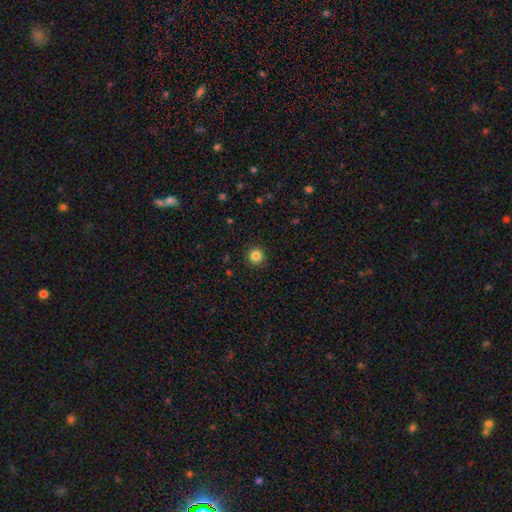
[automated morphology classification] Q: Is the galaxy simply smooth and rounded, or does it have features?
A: smooth — 84%.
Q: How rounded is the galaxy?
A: round — 96%.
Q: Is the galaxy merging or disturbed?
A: none — 93%.